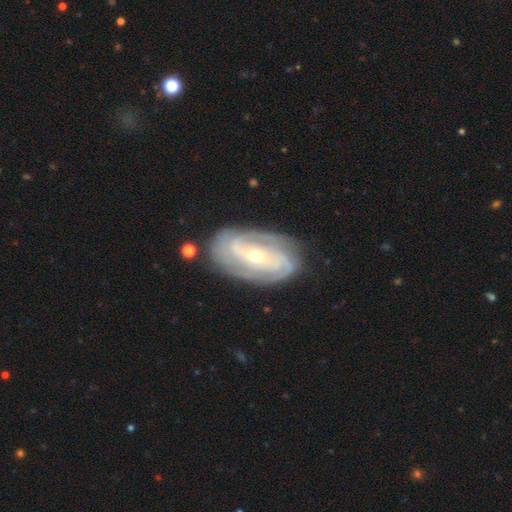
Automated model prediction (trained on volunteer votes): Q: Smooth or featured?
A: featured or disk (88%); runner-up: smooth (7%)
Q: Edge-on disk?
A: no (96%); runner-up: yes (4%)
Q: Bar?
A: no (47%); runner-up: weak (33%)
Q: Spiral arms?
A: yes (97%); runner-up: no (3%)
Q: Spiral winding?
A: tight (64%); runner-up: medium (30%)
Q: Spiral arm count?
A: 2 (31%); tied with: 3 (31%)
Q: Bulge size?
A: small (54%); runner-up: moderate (43%)
Q: Merging?
A: none (79%); runner-up: minor disturbance (15%)